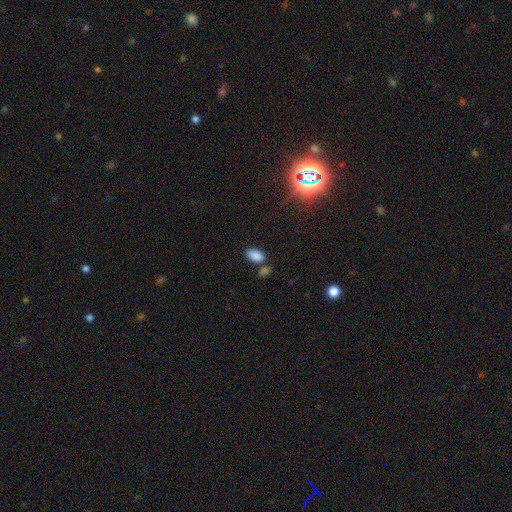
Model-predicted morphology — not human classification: smooth 85%, star or artifact 10%, featured or disk 5%. Down the decision tree: how rounded — in between (94%); merging — none (66%).